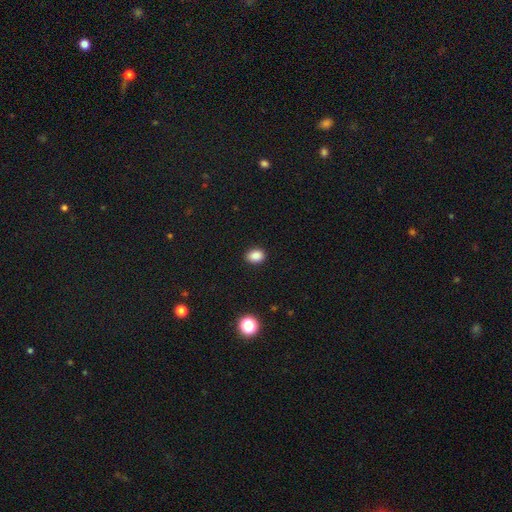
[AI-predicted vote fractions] smooth_or_featured: smooth (p=0.87) [alt: star or artifact p=0.10]
how_rounded: in between (p=0.60) [alt: round p=0.39]
merging: none (p=0.89) [alt: minor disturbance p=0.08]